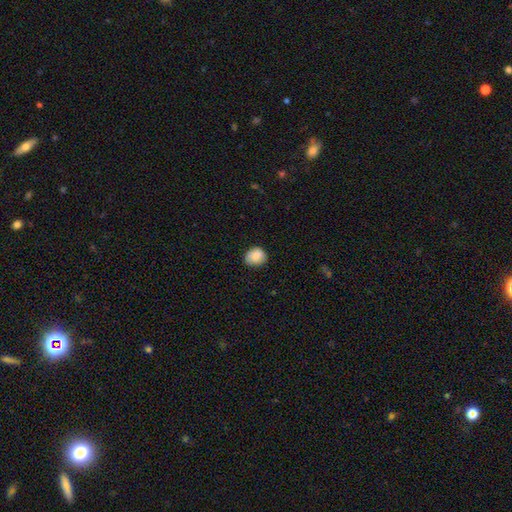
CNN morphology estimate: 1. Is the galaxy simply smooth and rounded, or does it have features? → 80% smooth, 12% featured or disk, 8% star or artifact.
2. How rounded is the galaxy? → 65% round, 34% in between, 1% cigar-shaped.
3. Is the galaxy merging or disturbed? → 76% none, 20% minor disturbance, 4% major disturbance, 1% merger.